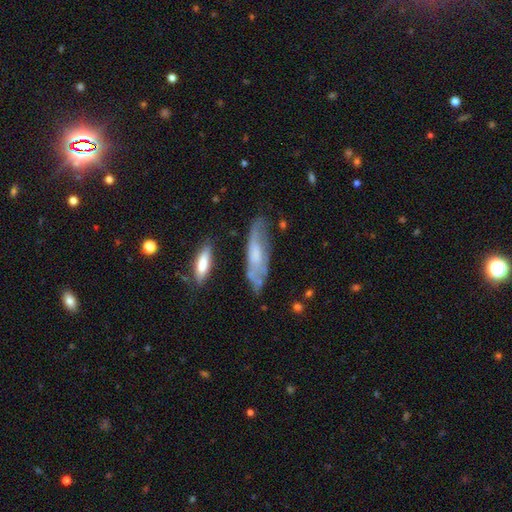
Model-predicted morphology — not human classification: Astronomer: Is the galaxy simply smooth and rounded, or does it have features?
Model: featured or disk — 53% (runner-up: smooth, 39%).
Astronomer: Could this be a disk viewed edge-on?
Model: no — 64%.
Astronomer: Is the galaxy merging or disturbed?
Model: none — 61%.